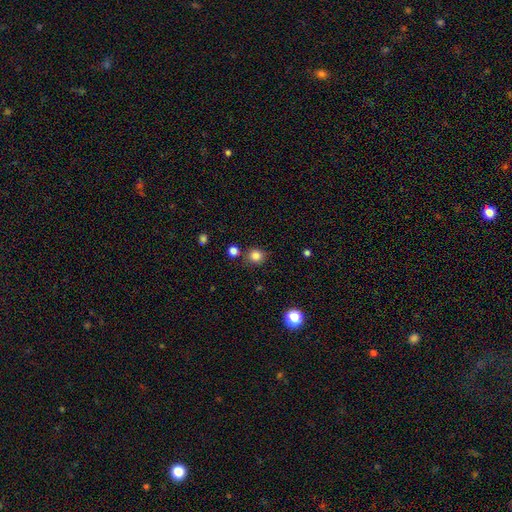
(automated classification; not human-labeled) Smooth or featured: smooth — 83% (star or artifact — 13%)
How rounded: round — 90% (in between — 9%)
Merging: none — 83% (minor disturbance — 9%)